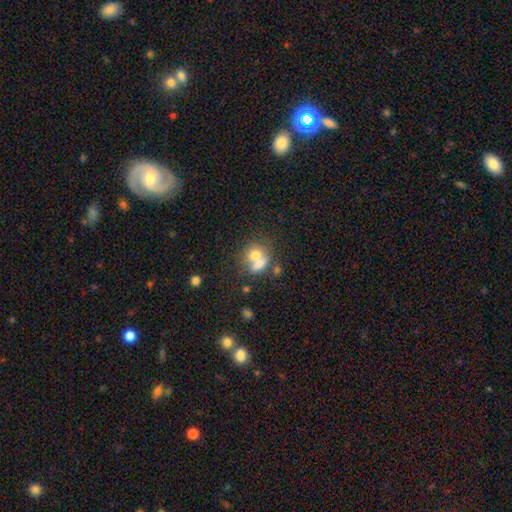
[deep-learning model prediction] Smooth or featured? Predicted: smooth (p=0.68). How rounded? Predicted: round (p=0.62). Merging? Predicted: merger (p=0.57).